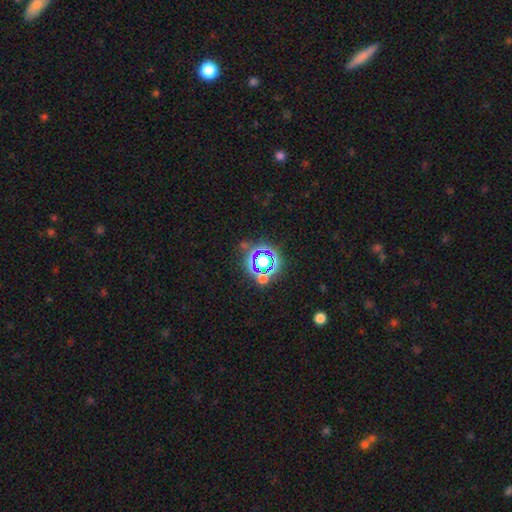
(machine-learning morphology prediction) Smooth or featured?
  - star or artifact: 76% *
  - smooth: 16%
  - featured or disk: 7%